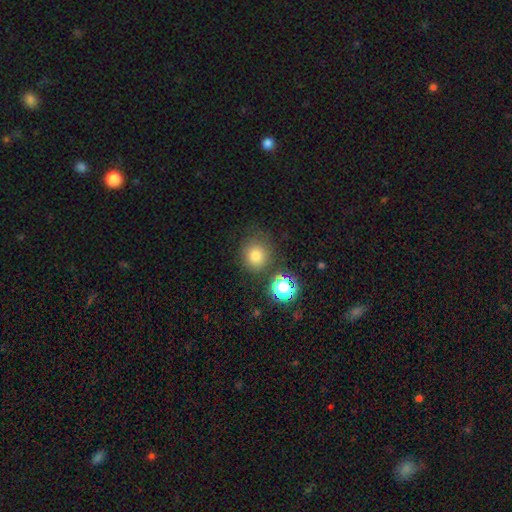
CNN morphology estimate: A smooth galaxy with no disk features (77%) that is round (87%).

Vote fractions:
- Smooth or featured? smooth: 77% / star or artifact: 16% / featured or disk: 7%
- How rounded? round: 87% / in between: 12% / cigar-shaped: 1%
- Merging? none: 76% / minor disturbance: 12% / merger: 7% / major disturbance: 5%